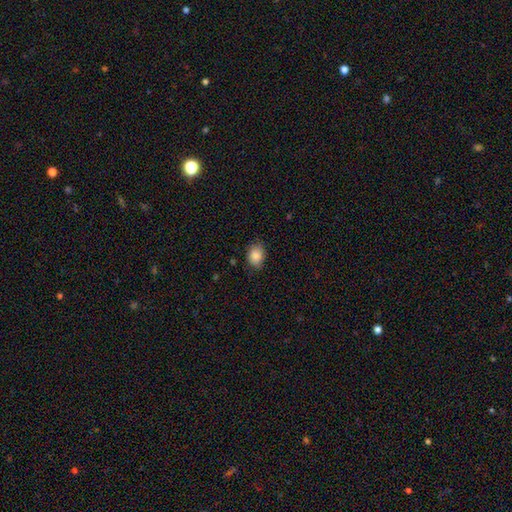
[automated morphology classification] A smooth galaxy with no disk features (86%) that is in between round and cigar-shaped (63%). Merging: none (80%).